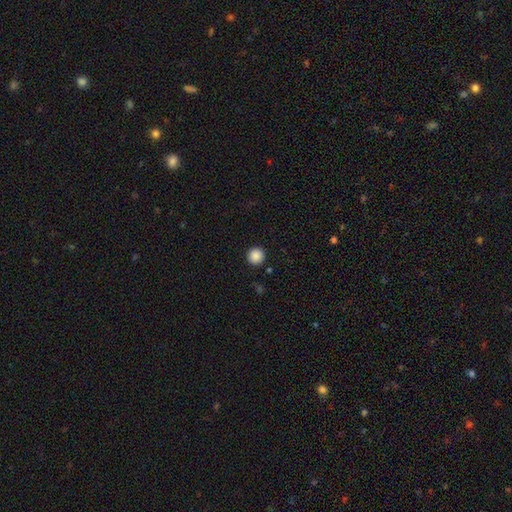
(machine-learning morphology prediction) Overall: smooth (88%). How rounded: round (95%). Merging: none (92%).